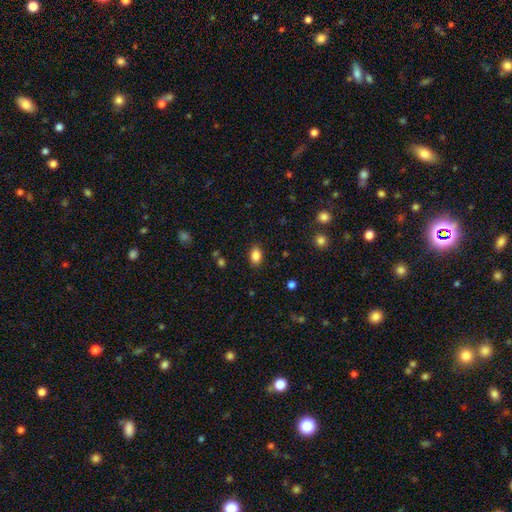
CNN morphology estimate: Smooth or featured: smooth — 86% (star or artifact — 9%)
How rounded: in between — 82% (round — 16%)
Merging: none — 86% (minor disturbance — 10%)